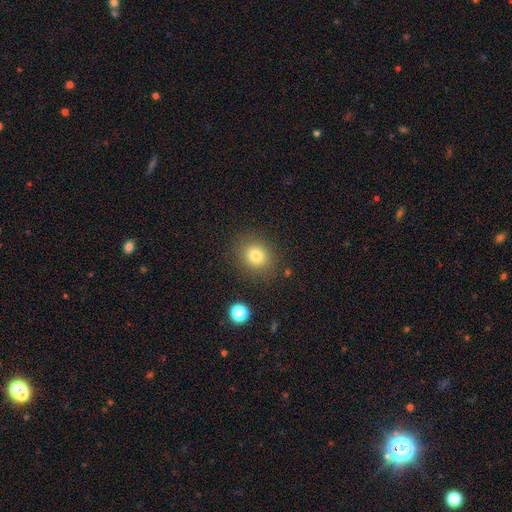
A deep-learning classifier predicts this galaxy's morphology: This is likely a smooth galaxy (79%). How rounded: likely round (72%). Merging: clearly none (84%).